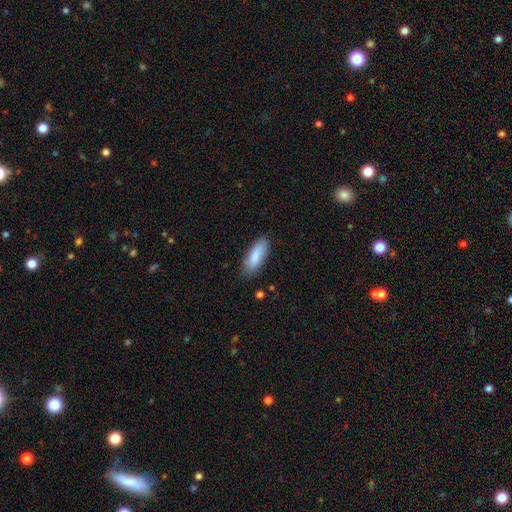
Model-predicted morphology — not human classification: This is clearly a smooth galaxy (87%). How rounded: likely in between (73%). Merging: clearly none (82%).